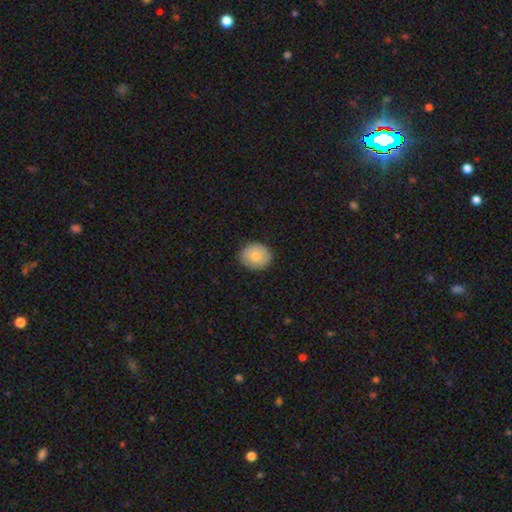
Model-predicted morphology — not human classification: Smooth or featured? smooth (81%)
How rounded? round (73%)
Merging? none (87%)